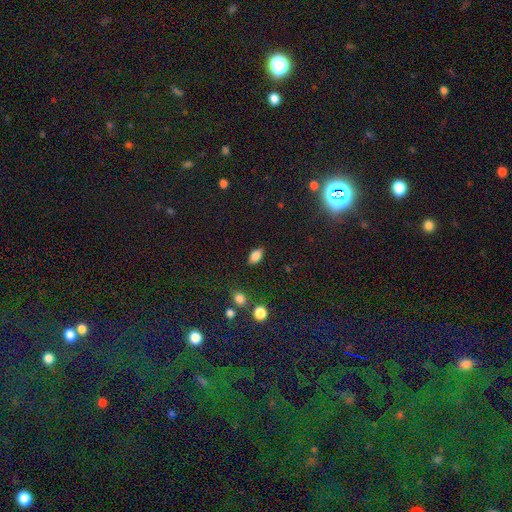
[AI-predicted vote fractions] Q: Smooth or featured?
A: smooth (82%); runner-up: star or artifact (10%)
Q: How rounded?
A: in between (89%); runner-up: round (7%)
Q: Merging?
A: none (85%); runner-up: minor disturbance (11%)